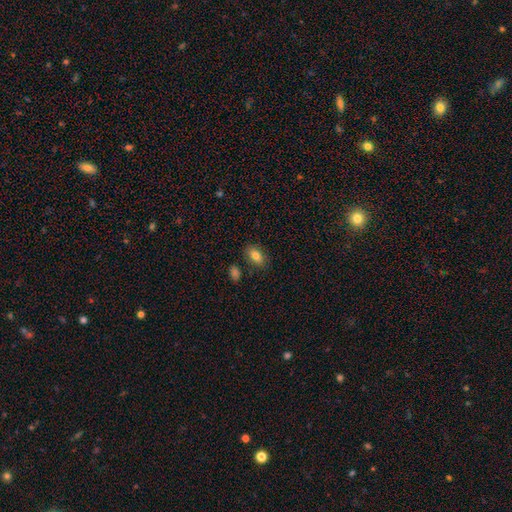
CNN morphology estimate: A smooth galaxy with no disk features (80%) that is in between round and cigar-shaped (88%). Merging: none (81%).